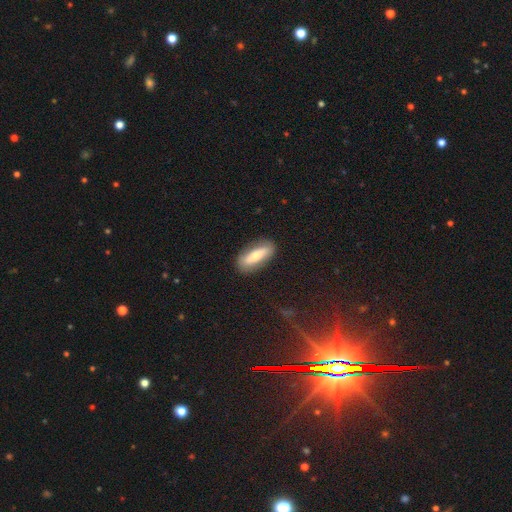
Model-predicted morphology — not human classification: A smooth galaxy with no disk features (65%) that is in between round and cigar-shaped (61%). Merging: none (85%).